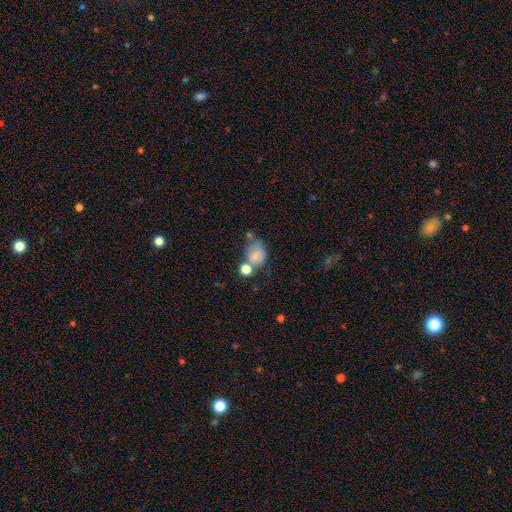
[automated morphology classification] This is likely a smooth galaxy (73%). How rounded: possibly in between (58%). Merging: marginally none (34%).